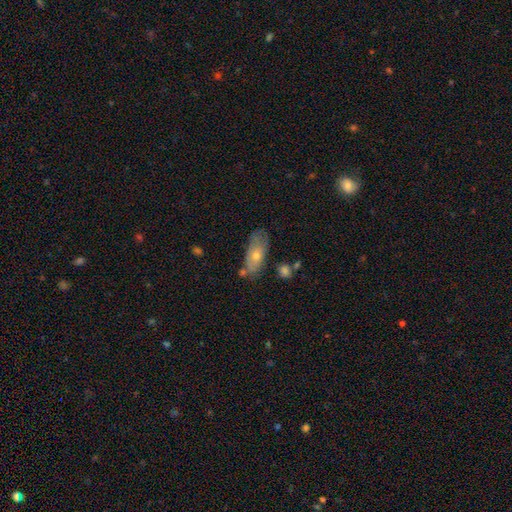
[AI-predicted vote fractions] smooth-or-featured: smooth: 53% | featured or disk: 39% | star or artifact: 8%
  how-rounded: in between: 81% | cigar-shaped: 15% | round: 4%
  merging: none: 63% | minor disturbance: 23% | merger: 8% | major disturbance: 6%